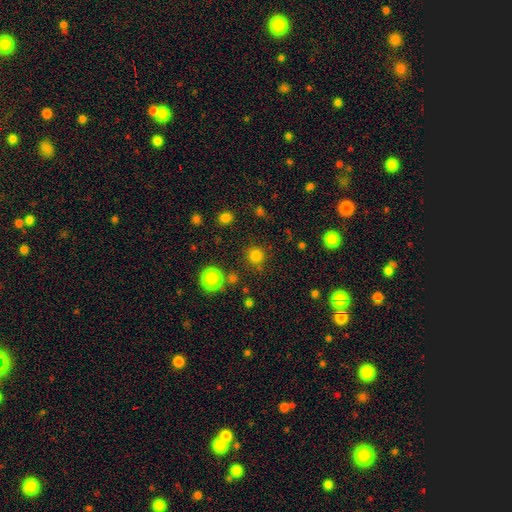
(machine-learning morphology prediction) smooth 79%, star or artifact 17%, featured or disk 5%. Down the decision tree: how rounded — round (93%); merging — none (84%).